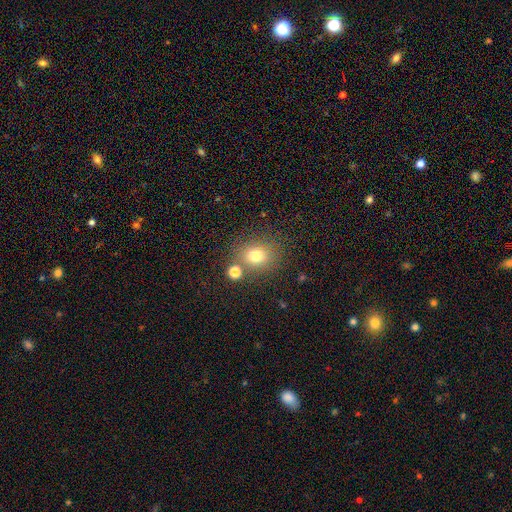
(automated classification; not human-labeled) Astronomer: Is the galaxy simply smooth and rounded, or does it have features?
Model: smooth — 75%.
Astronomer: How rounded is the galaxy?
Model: round — 61% (runner-up: in between, 38%).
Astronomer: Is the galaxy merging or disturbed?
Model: none — 68%.